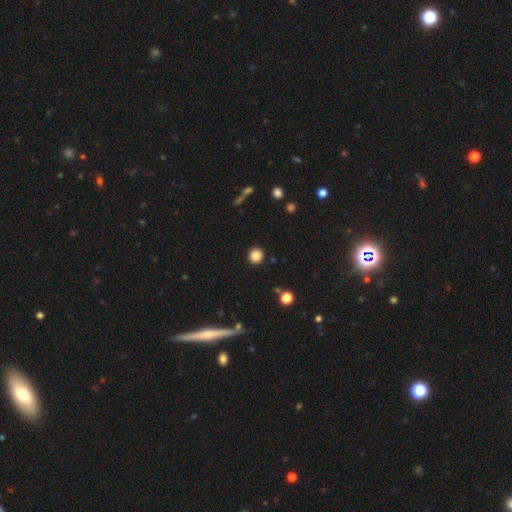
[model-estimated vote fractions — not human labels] smooth_or_featured: smooth (p=0.85) [alt: star or artifact p=0.11]
how_rounded: round (p=0.94) [alt: in between p=0.05]
merging: none (p=0.91) [alt: minor disturbance p=0.05]